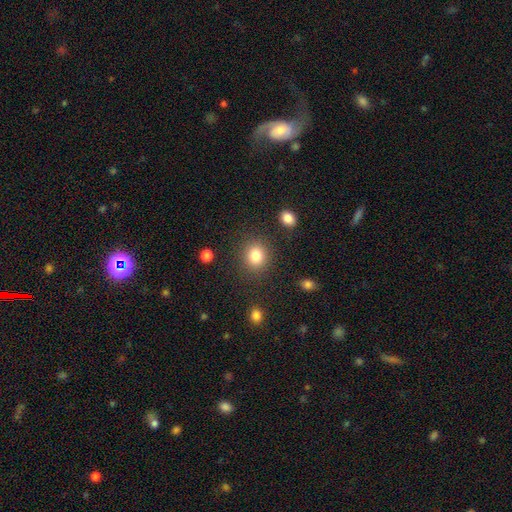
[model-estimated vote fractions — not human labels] Overall: smooth (83%). How rounded: round (77%). Merging: none (86%).